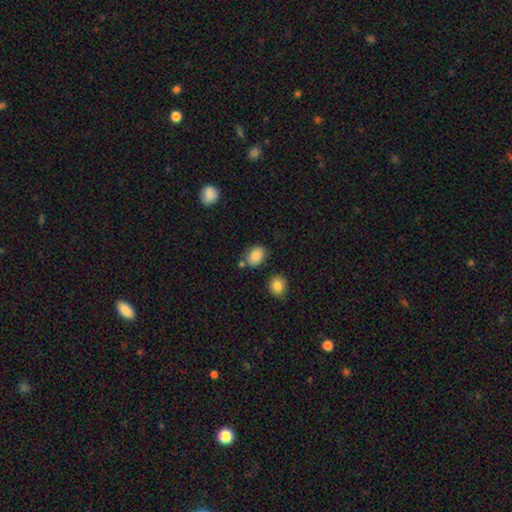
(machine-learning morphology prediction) Smooth or featured?
  - smooth: 86% *
  - star or artifact: 9%
  - featured or disk: 5%
How rounded?
  - in between: 76% *
  - round: 23%
  - cigar-shaped: 1%
Merging?
  - none: 72% *
  - minor disturbance: 16%
  - merger: 8%
  - major disturbance: 4%